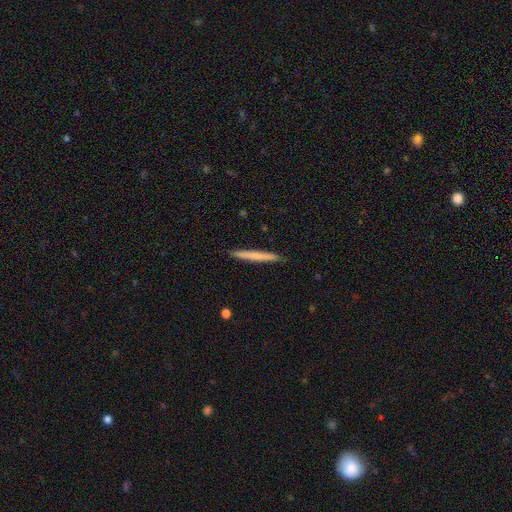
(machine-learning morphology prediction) A smooth galaxy with no disk features (65%) that is cigar-shaped (97%).

Vote fractions:
- Smooth or featured? smooth: 65% / featured or disk: 30% / star or artifact: 5%
- How rounded? cigar-shaped: 97% / in between: 2% / round: 1%
- Merging? none: 92% / minor disturbance: 6% / major disturbance: 1% / merger: 1%